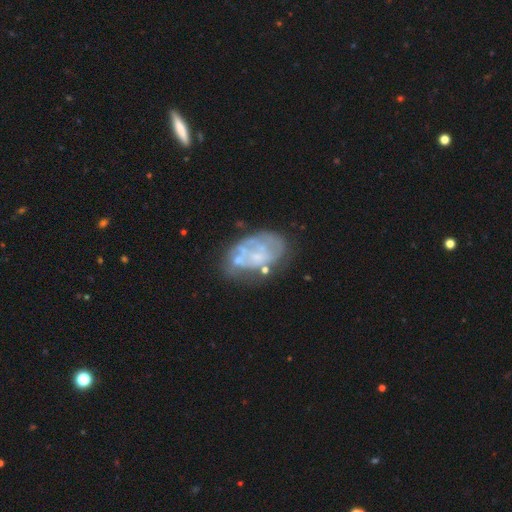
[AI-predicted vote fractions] smooth-or-featured: featured or disk: 67% | smooth: 24% | star or artifact: 9%
  disk-edge-on: no: 97% | yes: 3%
    bar: no: 85% | weak: 12% | strong: 3%
    has-spiral-arms: no: 70% | yes: 30%
    bulge-size: none: 47% | small: 36% | moderate: 14% | large: 2% | dominant: 1%
  merging: none: 50% | minor disturbance: 23% | major disturbance: 17% | merger: 10%